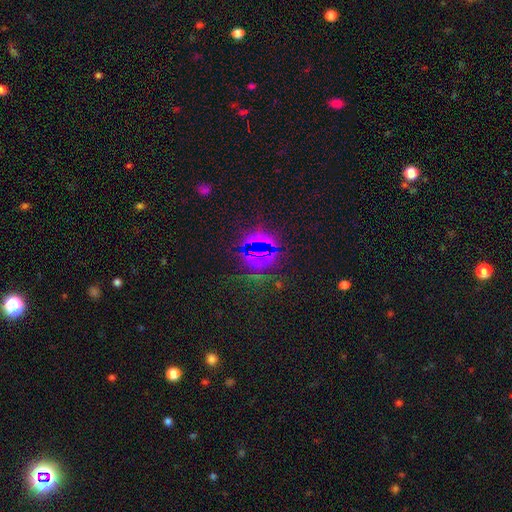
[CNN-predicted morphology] This appears to be a star or artifact, not a galaxy (77%).